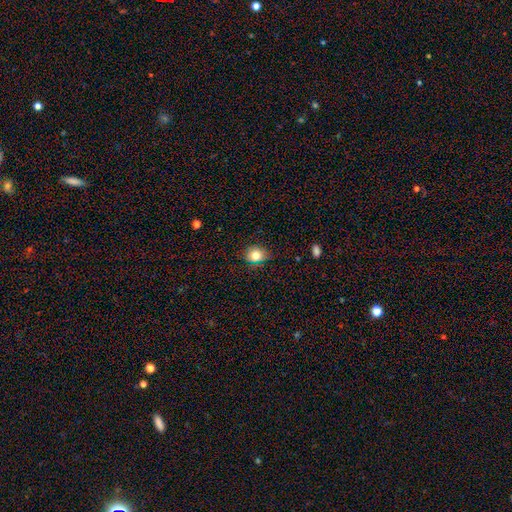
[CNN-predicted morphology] Smooth or featured?
  - smooth: 80% *
  - star or artifact: 12%
  - featured or disk: 9%
How rounded?
  - round: 71% *
  - in between: 28%
  - cigar-shaped: 1%
Merging?
  - none: 77% *
  - minor disturbance: 18%
  - major disturbance: 4%
  - merger: 2%